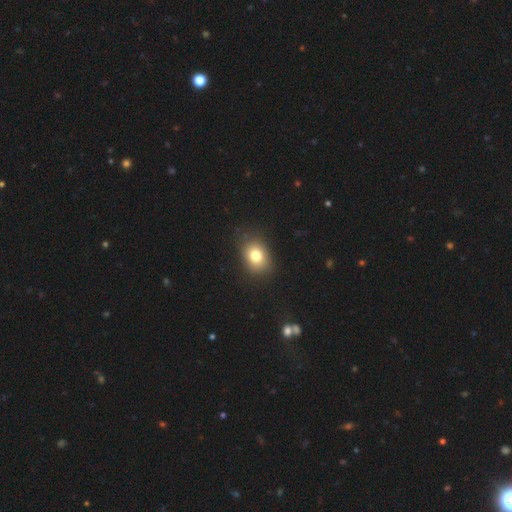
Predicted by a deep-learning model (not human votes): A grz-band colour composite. It shows a smooth galaxy with no disk features (78%) that is in between round and cigar-shaped (58%). Merging: none (83%).